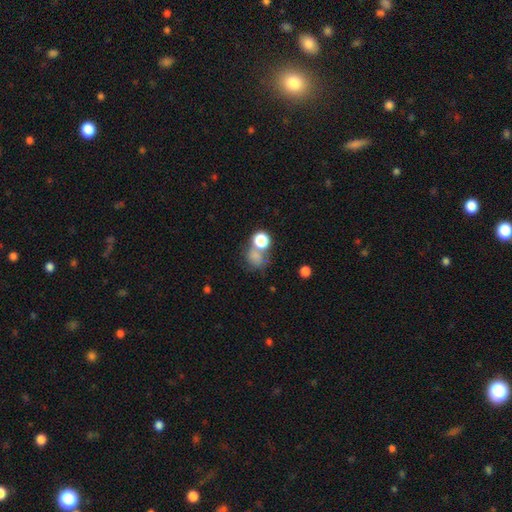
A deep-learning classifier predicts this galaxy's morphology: Smooth or featured: smooth — 70% (star or artifact — 20%)
How rounded: round — 61% (in between — 37%)
Merging: none — 42% (merger — 32%)